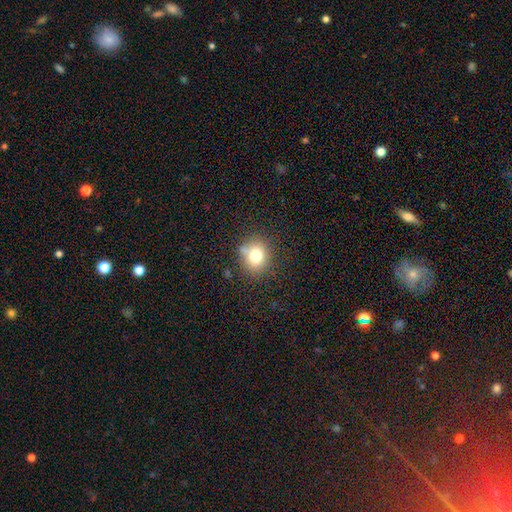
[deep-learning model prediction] Smooth or featured: smooth — 75% (star or artifact — 13%)
How rounded: round — 77% (in between — 22%)
Merging: none — 75% (minor disturbance — 14%)